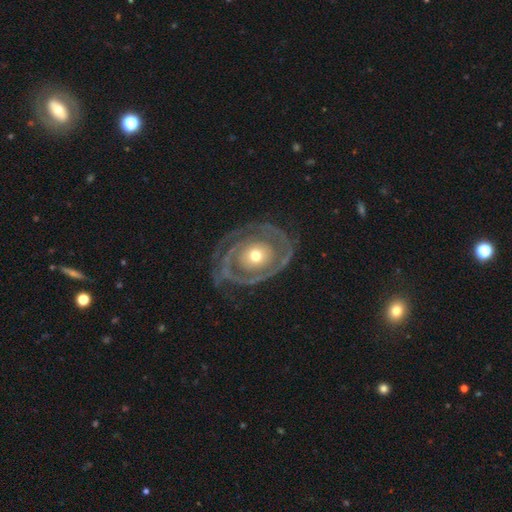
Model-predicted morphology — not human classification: This is likely a featured or disk galaxy (80%). It is clearly not viewed edge-on (96%). Bar: clearly no (86%). Spiral arm pattern: likely yes (66%). Spiral arm count: marginally 2 (40%). Spiral winding: likely tight (67%). Central bulge: likely moderate (62%). Merging: likely none (70%).